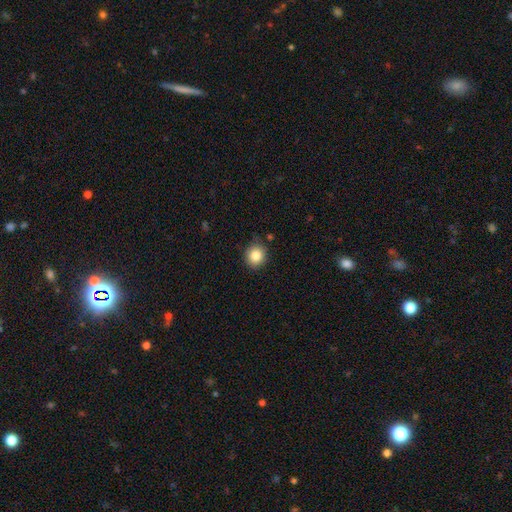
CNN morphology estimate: The model was most divided on "how rounded": round: 83%, in between: 16%, cigar-shaped: 1%. More confident: smooth or featured — smooth (85%); merging — none (85%).